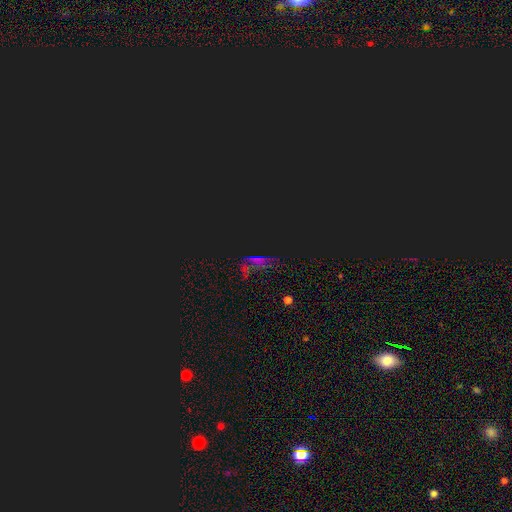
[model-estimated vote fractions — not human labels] This appears to be a star or artifact, not a galaxy (69%).